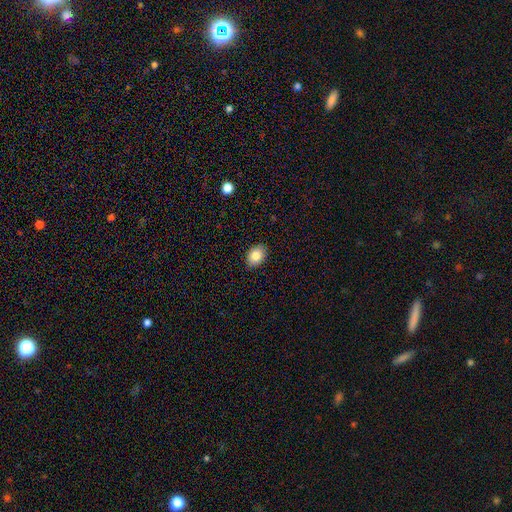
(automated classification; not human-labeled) Overall: smooth (84%). How rounded: in between (74%). Merging: none (88%).